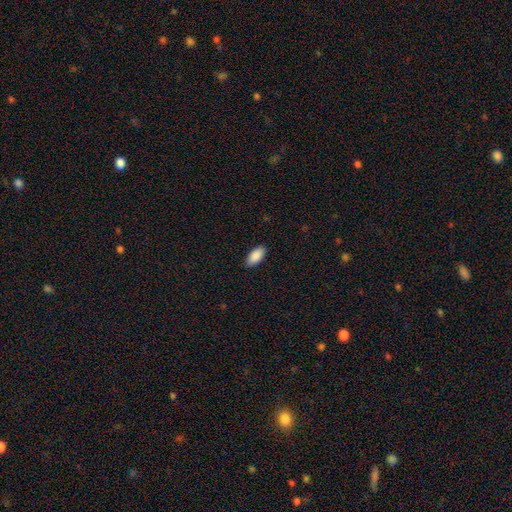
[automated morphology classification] A smooth galaxy with no disk features (90%) that is in between round and cigar-shaped (93%). Merging: none (88%).